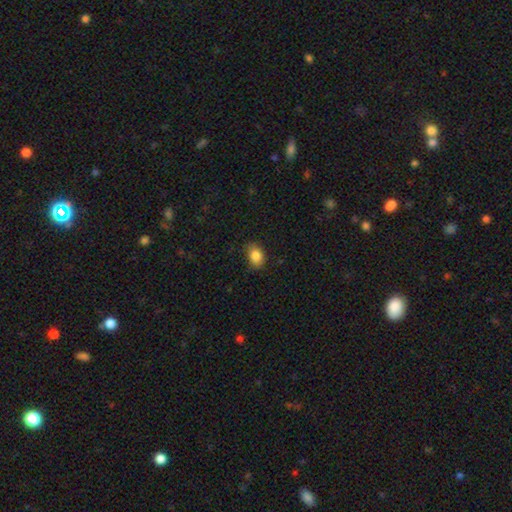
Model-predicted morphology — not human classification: smooth 85%, star or artifact 9%, featured or disk 7%. Down the decision tree: how rounded — in between (74%); merging — none (76%).